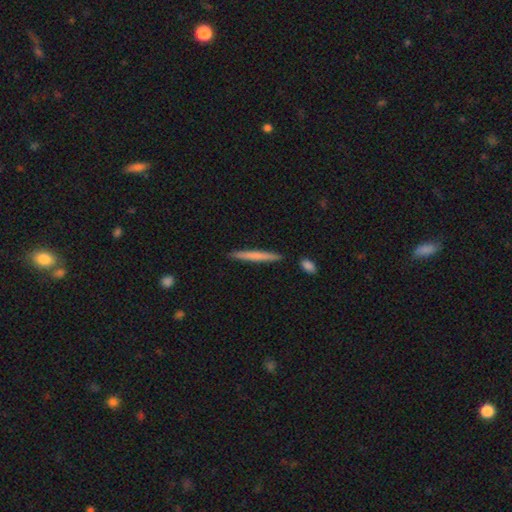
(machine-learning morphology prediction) A smooth galaxy with no disk features (67%) that is cigar-shaped (97%). Merging: none (89%).